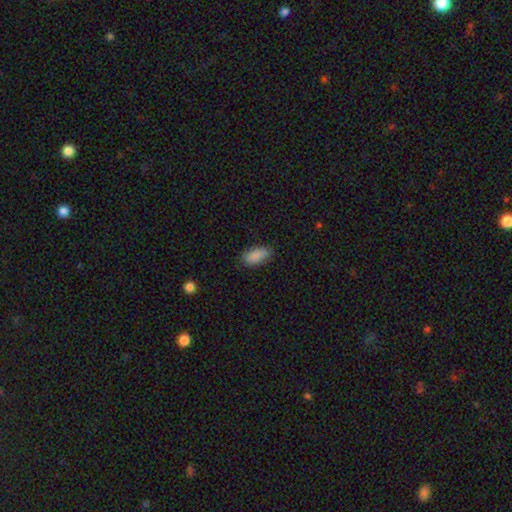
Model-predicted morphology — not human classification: The model was most divided on "merging": none: 80%, minor disturbance: 15%, major disturbance: 3%, merger: 1%. More confident: how rounded — in between (88%); smooth or featured — smooth (88%).